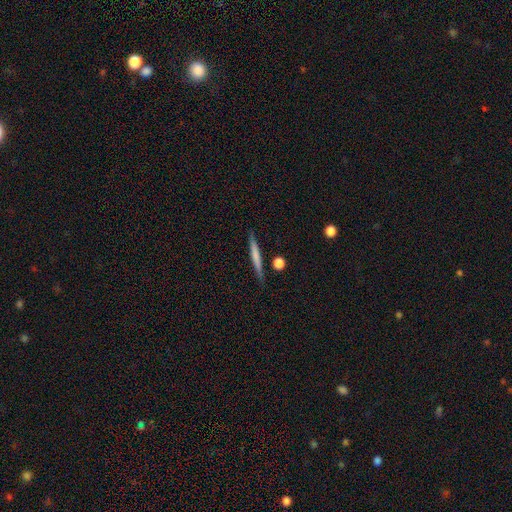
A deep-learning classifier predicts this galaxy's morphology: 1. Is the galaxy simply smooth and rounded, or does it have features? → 60% smooth, 34% featured or disk, 6% star or artifact.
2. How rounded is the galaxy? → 95% cigar-shaped, 3% in between, 2% round.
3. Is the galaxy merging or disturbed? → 85% none, 10% minor disturbance, 3% merger, 2% major disturbance.